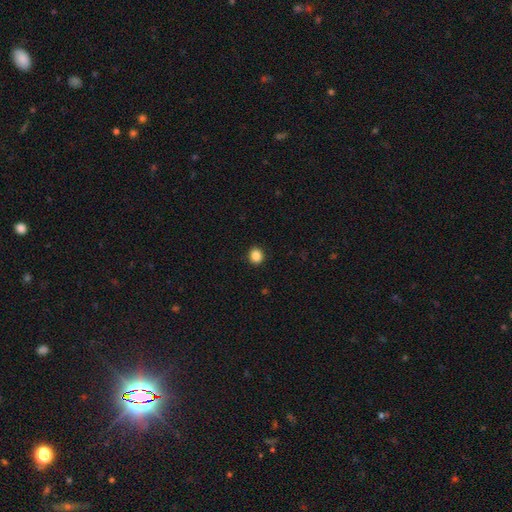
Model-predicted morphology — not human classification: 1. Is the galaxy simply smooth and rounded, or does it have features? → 87% smooth, 10% star or artifact, 3% featured or disk.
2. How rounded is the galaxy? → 78% round, 21% in between, 1% cigar-shaped.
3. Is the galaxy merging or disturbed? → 92% none, 6% minor disturbance, 2% major disturbance, 1% merger.